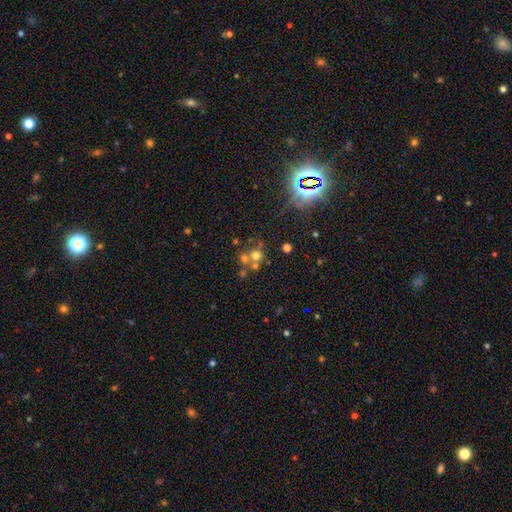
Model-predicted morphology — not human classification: A smooth galaxy with no disk features (55%) that is round (84%). Merging: none (47%).